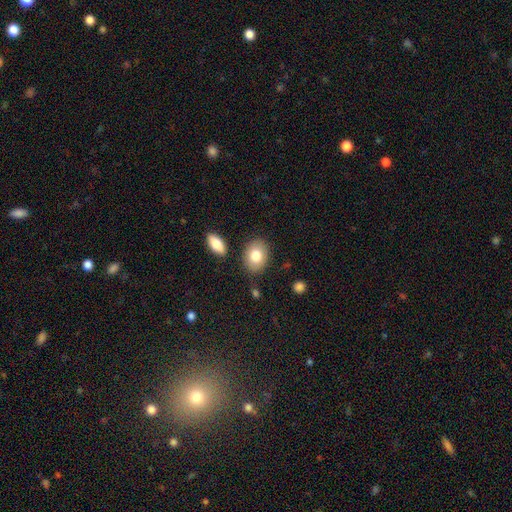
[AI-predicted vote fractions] Morphology: type=smooth (80%); roundness=in between (73%); merging=none (83%).